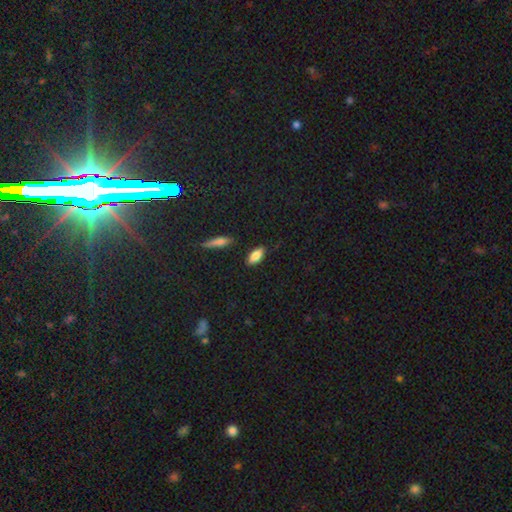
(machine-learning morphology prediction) Overall: smooth (82%). How rounded: in between (83%). Merging: none (85%).